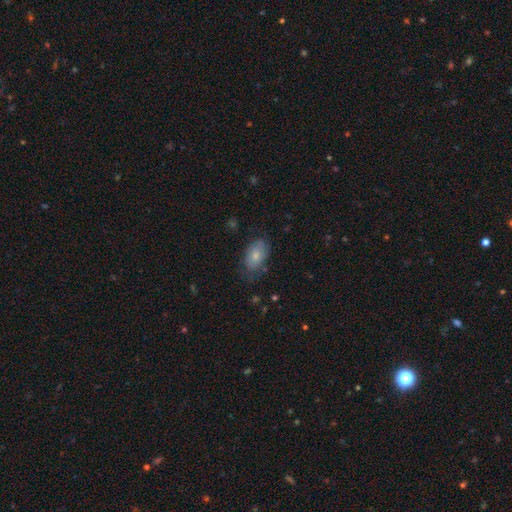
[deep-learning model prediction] This is likely a smooth galaxy (73%). How rounded: clearly in between (92%). Merging: likely none (66%).